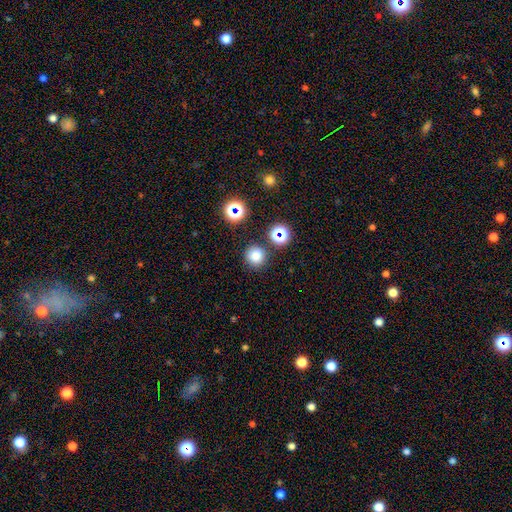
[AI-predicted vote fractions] A smooth galaxy with no disk features (77%) that is round (94%). Merging: none (84%).